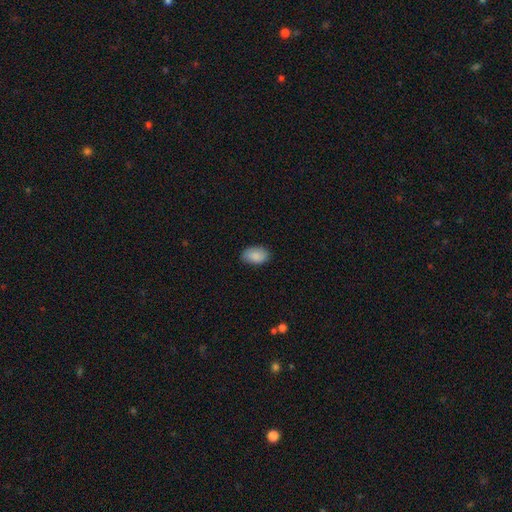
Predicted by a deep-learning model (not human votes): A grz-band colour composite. It shows a smooth galaxy with no disk features (89%) that is in between round and cigar-shaped (91%). Merging: none (84%).